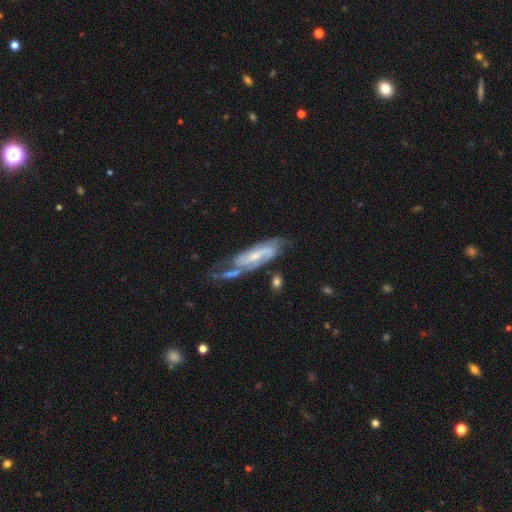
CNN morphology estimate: smooth_or_featured: featured or disk (p=0.83) [alt: smooth p=0.12]
disk_edge_on: no (p=0.88) [alt: yes p=0.12]
bar: weak (p=0.40) [alt: strong p=0.32]
has_spiral_arms: yes (p=0.95) [alt: no p=0.05]
spiral_winding: medium (p=0.44) [alt: tight p=0.37]
spiral_arm_count: 2 (p=0.77) [alt: can't tell p=0.12]
bulge_size: small (p=0.58) [alt: moderate p=0.31]
merging: none (p=0.49) [alt: minor disturbance p=0.22]